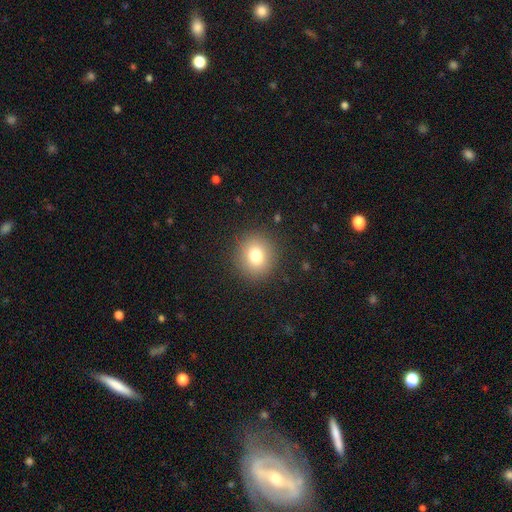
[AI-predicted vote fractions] This is likely a smooth galaxy (78%). How rounded: clearly round (85%). Merging: clearly none (89%).